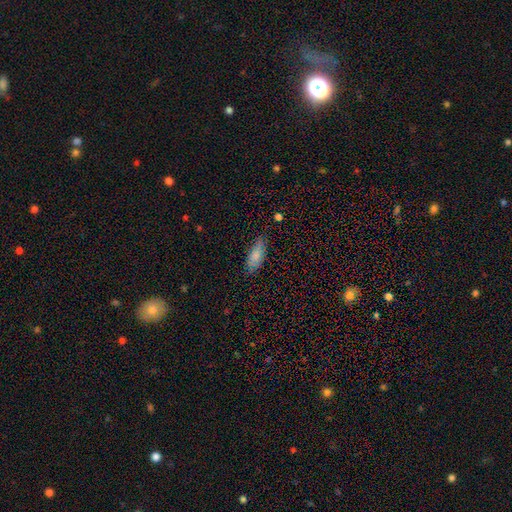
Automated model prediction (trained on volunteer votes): A smooth galaxy with no disk features (78%) that is in between round and cigar-shaped (80%).

Vote fractions:
- Smooth or featured? smooth: 78% / featured or disk: 12% / star or artifact: 9%
- How rounded? in between: 80% / cigar-shaped: 18% / round: 3%
- Merging? none: 72% / minor disturbance: 22% / major disturbance: 5% / merger: 2%